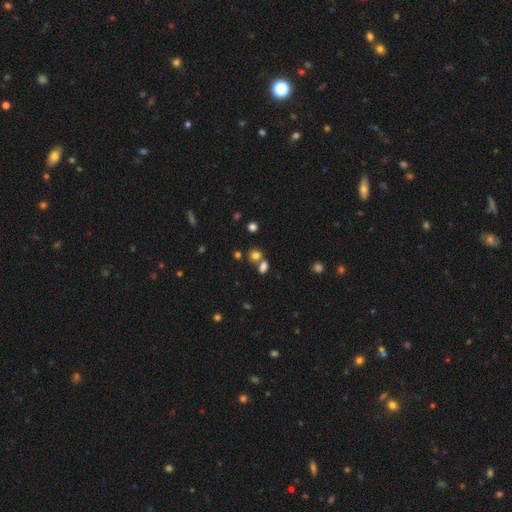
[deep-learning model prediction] Smooth or featured?
  - smooth: 76% *
  - star or artifact: 16%
  - featured or disk: 8%
How rounded?
  - round: 62% *
  - in between: 36%
  - cigar-shaped: 2%
Merging?
  - none: 57% *
  - merger: 31%
  - minor disturbance: 9%
  - major disturbance: 4%